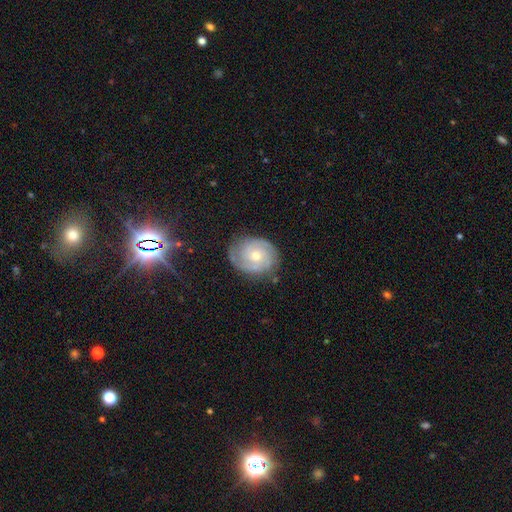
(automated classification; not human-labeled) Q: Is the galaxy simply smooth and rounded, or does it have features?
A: featured or disk — 79%.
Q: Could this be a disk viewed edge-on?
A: no — 97%.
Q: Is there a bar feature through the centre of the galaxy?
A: no — 74%.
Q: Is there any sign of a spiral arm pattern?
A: yes — 94%.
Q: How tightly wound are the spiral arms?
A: tight — 64%.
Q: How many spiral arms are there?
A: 2 — 35%.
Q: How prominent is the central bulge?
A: moderate — 55%.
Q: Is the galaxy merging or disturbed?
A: none — 78%.